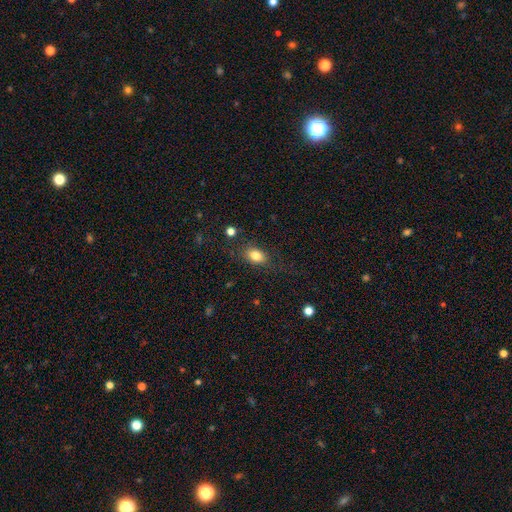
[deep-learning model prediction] smooth-or-featured: smooth: 83% | star or artifact: 9% | featured or disk: 8%
  how-rounded: in between: 81% | round: 16% | cigar-shaped: 2%
  merging: none: 80% | minor disturbance: 13% | major disturbance: 5% | merger: 2%